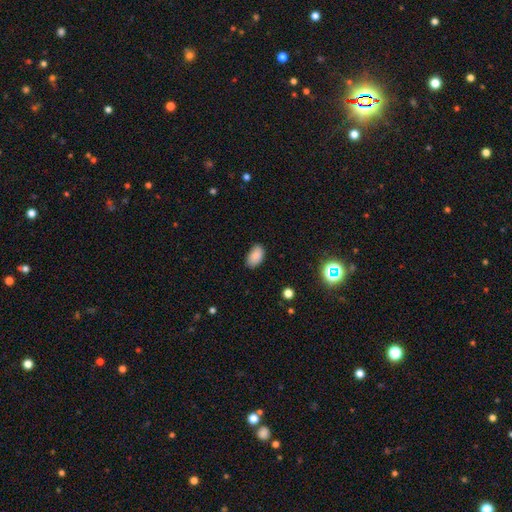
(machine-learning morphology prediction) Overall: smooth (86%). How rounded: in between (91%). Merging: none (79%).